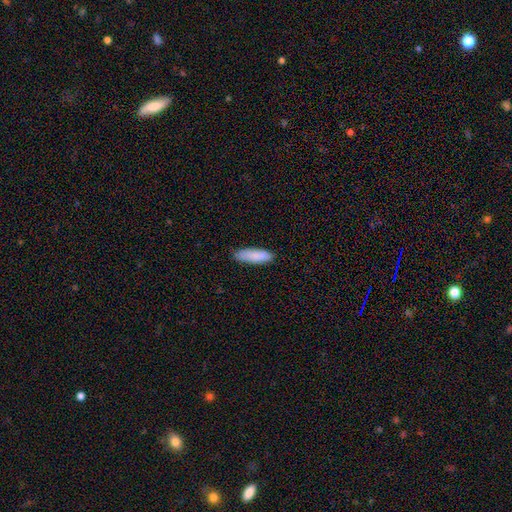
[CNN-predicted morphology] smooth-or-featured: smooth: 88% | featured or disk: 6% | star or artifact: 6%
  how-rounded: cigar-shaped: 52% | in between: 47% | round: 1%
  merging: none: 83% | minor disturbance: 14% | major disturbance: 2% | merger: 1%